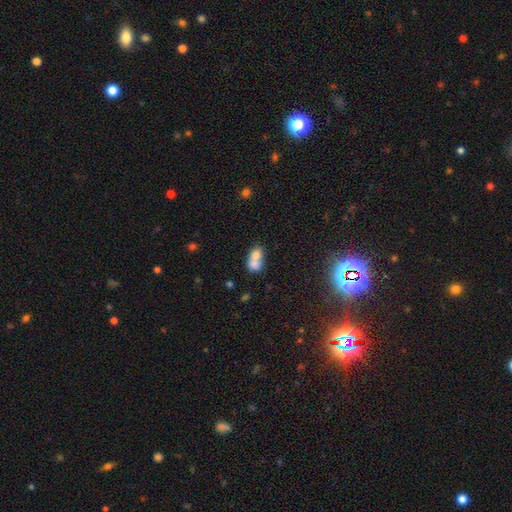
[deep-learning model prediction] Q: Smooth or featured?
A: smooth (71%); runner-up: featured or disk (20%)
Q: How rounded?
A: in between (54%); runner-up: round (45%)
Q: Merging?
A: merger (74%); runner-up: none (18%)